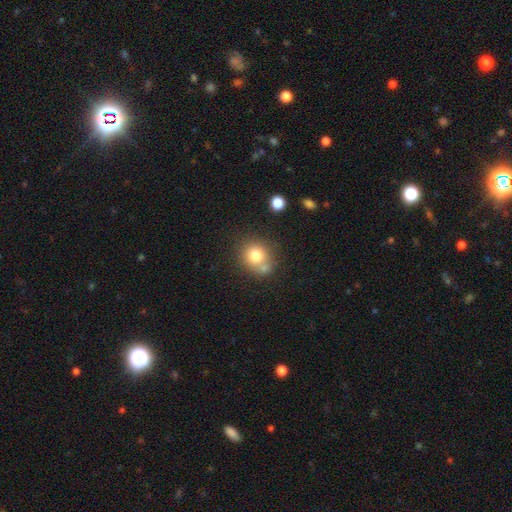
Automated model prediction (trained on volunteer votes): Smooth or featured? Predicted: smooth (p=0.76). How rounded? Predicted: round (p=0.83). Merging? Predicted: none (p=0.55).